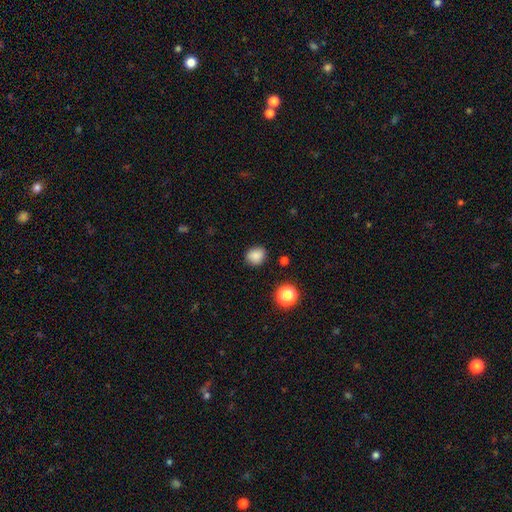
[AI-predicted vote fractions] Q: Smooth or featured?
A: smooth (85%); runner-up: star or artifact (11%)
Q: How rounded?
A: round (68%); runner-up: in between (31%)
Q: Merging?
A: none (83%); runner-up: minor disturbance (12%)